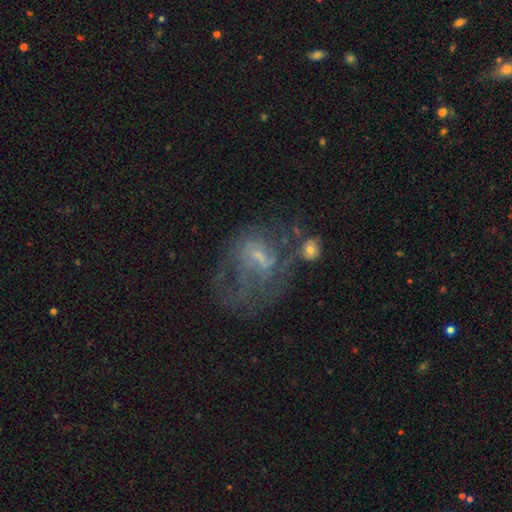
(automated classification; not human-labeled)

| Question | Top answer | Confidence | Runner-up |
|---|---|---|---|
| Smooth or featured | featured or disk | 61% | smooth (24%) |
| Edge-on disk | no | 97% | yes (3%) |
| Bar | no | 45% | weak (43%) |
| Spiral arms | no | 52% | yes (48%) |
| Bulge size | small | 51% | none (23%) |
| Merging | major disturbance | 38% | none (31%) |